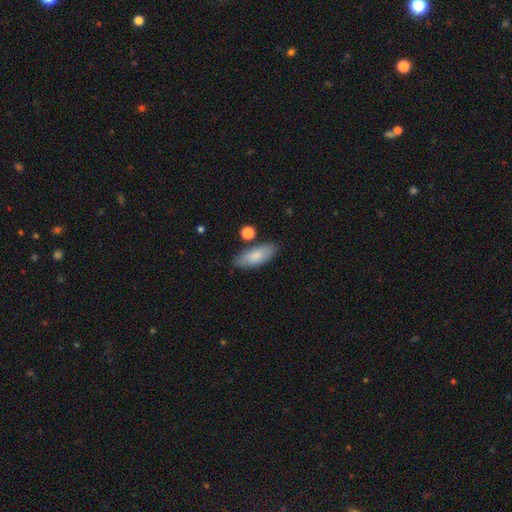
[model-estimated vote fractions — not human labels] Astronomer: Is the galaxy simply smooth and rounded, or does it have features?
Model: smooth — 82%.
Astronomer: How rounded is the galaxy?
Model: in between — 76%.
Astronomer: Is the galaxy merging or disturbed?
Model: none — 80%.